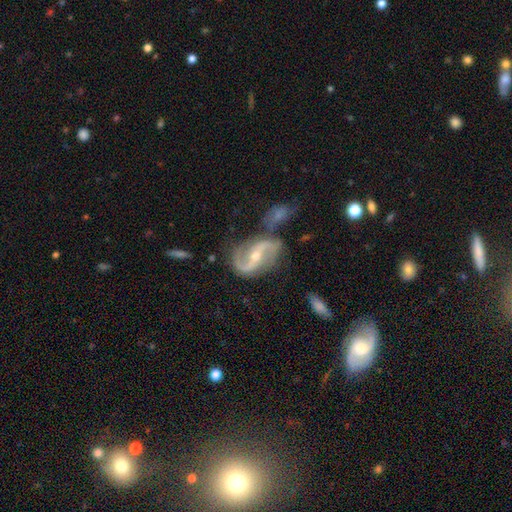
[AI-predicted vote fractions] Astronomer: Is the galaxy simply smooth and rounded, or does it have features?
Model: featured or disk — 90%.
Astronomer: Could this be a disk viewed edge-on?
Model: no — 97%.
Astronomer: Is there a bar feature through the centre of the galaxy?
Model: strong — 43% (runner-up: weak, 34%).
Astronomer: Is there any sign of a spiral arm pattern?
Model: yes — 96%.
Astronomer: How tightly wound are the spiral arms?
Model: loose — 61%.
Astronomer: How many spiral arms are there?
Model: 2 — 93%.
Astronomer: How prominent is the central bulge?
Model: small — 54% (runner-up: moderate, 43%).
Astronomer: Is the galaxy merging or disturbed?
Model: none — 62%.